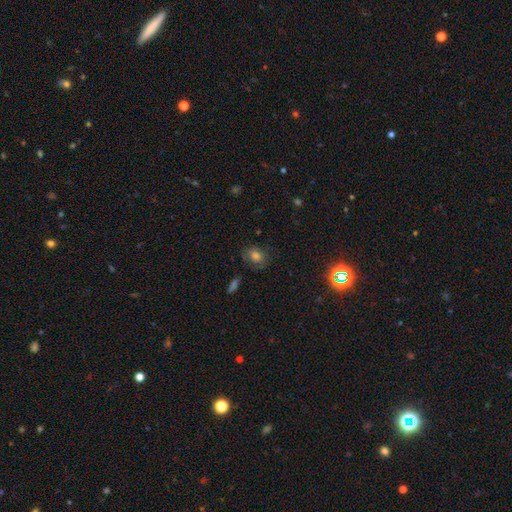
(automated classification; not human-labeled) This appears to be a smooth galaxy with no disk features (65%) that is in between round and cigar-shaped (50%). Merging: none (75%).